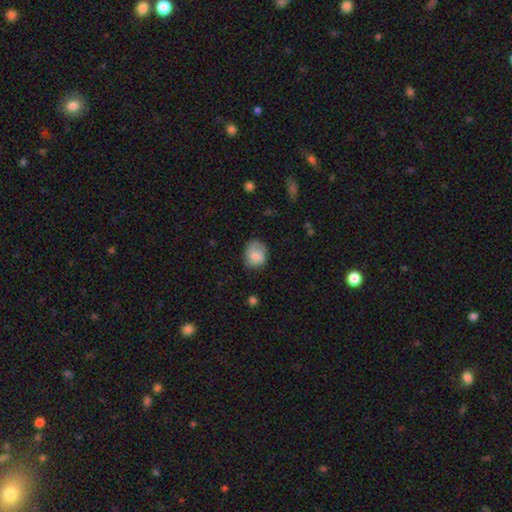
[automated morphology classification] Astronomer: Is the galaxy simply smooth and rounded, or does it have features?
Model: smooth — 77%.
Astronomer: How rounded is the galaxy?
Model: round — 66%.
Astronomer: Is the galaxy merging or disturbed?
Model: none — 66%.